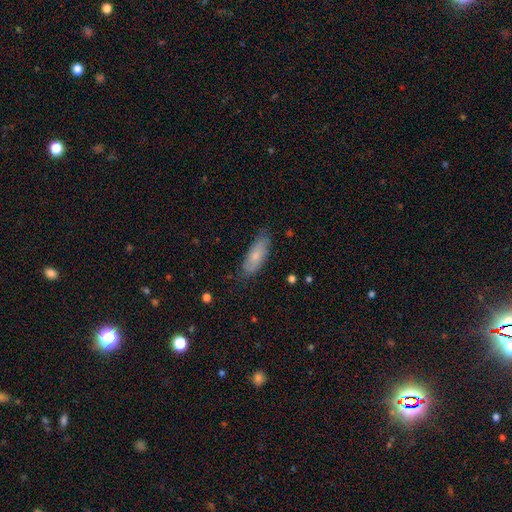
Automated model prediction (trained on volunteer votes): This is likely a smooth galaxy (68%). How rounded: likely in between (70%). Merging: likely none (74%).